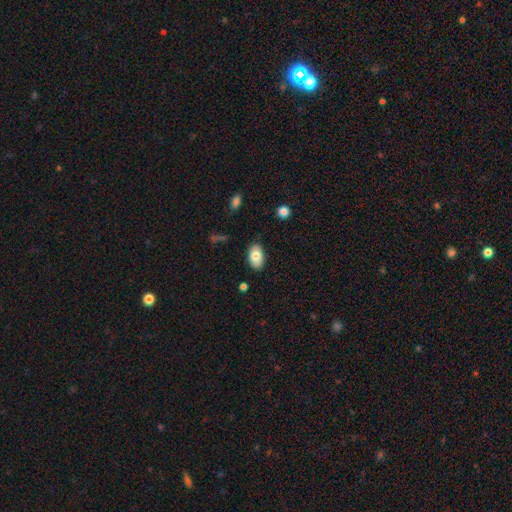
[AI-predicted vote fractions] A smooth galaxy with no disk features (77%) that is in between round and cigar-shaped (93%).

Vote fractions:
- Smooth or featured? smooth: 77% / featured or disk: 16% / star or artifact: 7%
- How rounded? in between: 93% / round: 5% / cigar-shaped: 2%
- Merging? none: 86% / minor disturbance: 11% / major disturbance: 2% / merger: 1%